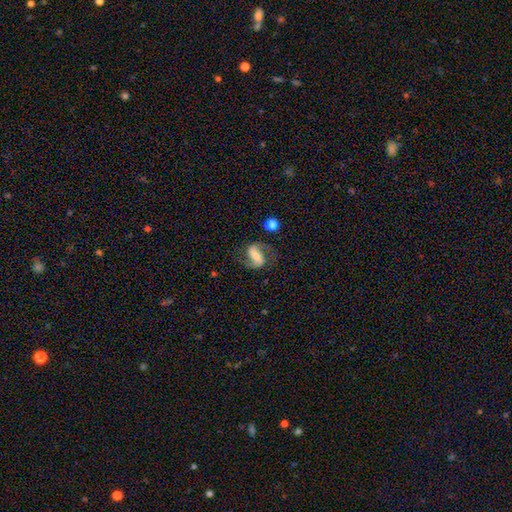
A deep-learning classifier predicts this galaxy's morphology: Smooth or featured? featured or disk (79%)
Edge-on disk? no (97%)
Bar? strong (43%)
Spiral arms? yes (94%)
Spiral winding? loose (44%, tied with medium)
Spiral arm count? 2 (91%)
Bulge size? moderate (42%)
Merging? none (71%)